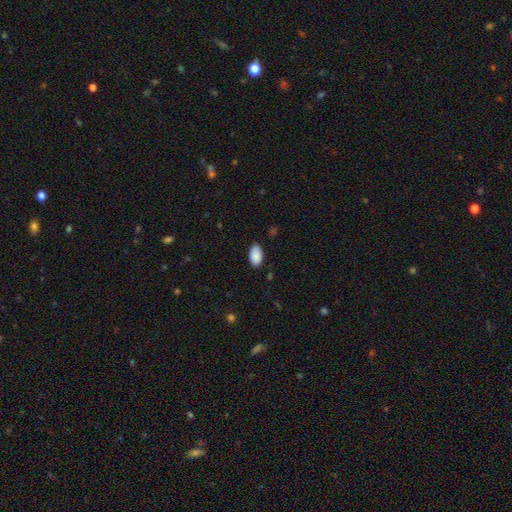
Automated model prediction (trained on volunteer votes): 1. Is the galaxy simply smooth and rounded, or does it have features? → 90% smooth, 7% star or artifact, 4% featured or disk.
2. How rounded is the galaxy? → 95% in between, 3% round, 2% cigar-shaped.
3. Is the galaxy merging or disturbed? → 82% none, 14% minor disturbance, 2% major disturbance, 1% merger.